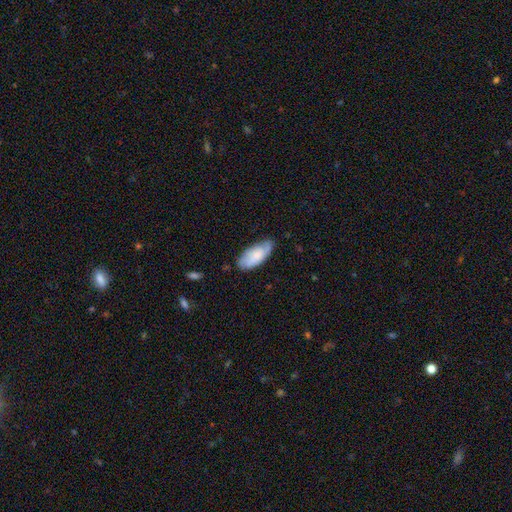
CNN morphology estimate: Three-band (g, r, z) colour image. It shows a smooth galaxy with no disk features (70%) that is in between round and cigar-shaped (87%). Merging: none (63%).